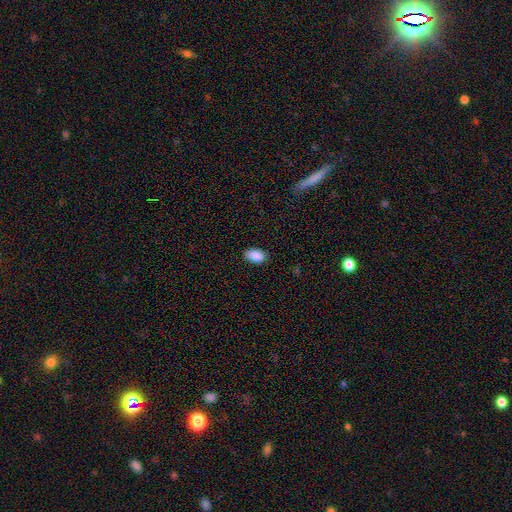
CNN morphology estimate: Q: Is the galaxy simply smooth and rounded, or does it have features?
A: smooth — 89%.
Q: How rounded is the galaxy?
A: in between — 90%.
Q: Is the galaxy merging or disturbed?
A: none — 83%.